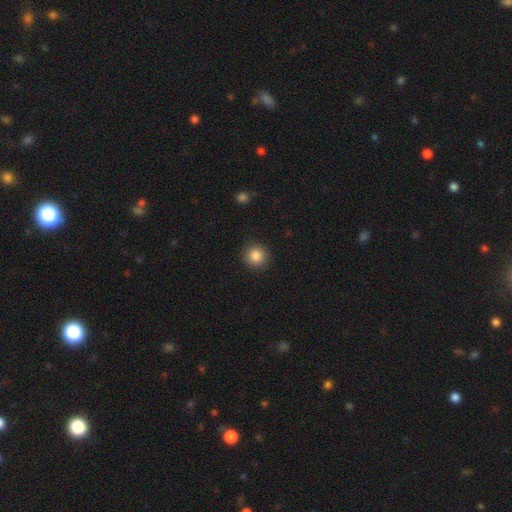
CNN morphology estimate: A smooth galaxy with no disk features (86%) that is round (93%).

Vote fractions:
- Smooth or featured? smooth: 86% / star or artifact: 9% / featured or disk: 4%
- How rounded? round: 93% / in between: 6% / cigar-shaped: 1%
- Merging? none: 91% / minor disturbance: 6% / major disturbance: 2% / merger: 1%